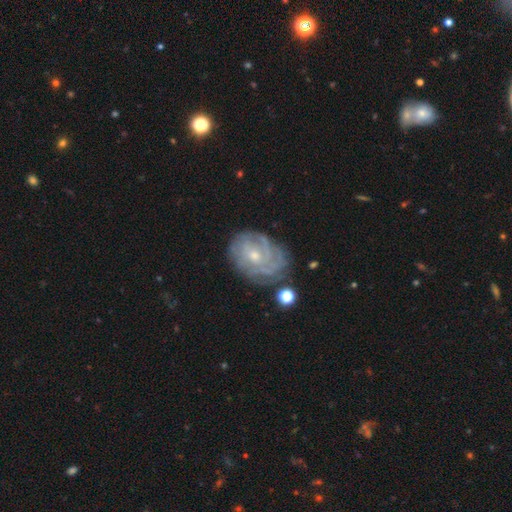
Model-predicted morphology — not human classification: A featured or disk galaxy (76%) with no bar (72%), tight (70%) spiral arms (88%) and a small central bulge (57%).

Vote fractions:
- Smooth or featured? featured or disk: 76% / smooth: 15% / star or artifact: 8%
- Edge-on disk? no: 97% / yes: 3%
- Bar? no: 72% / weak: 24% / strong: 4%
- Spiral arms? yes: 88% / no: 12%
- Spiral winding? tight: 70% / medium: 23% / loose: 8%
- Spiral arm count? can't tell: 52% / 3: 13% / 4: 12% / 2: 10% / more than 4: 7% / 1: 5%
- Bulge size? small: 57% / moderate: 39% / none: 2% / large: 2% / dominant: 1%
- Merging? none: 66% / minor disturbance: 21% / major disturbance: 10% / merger: 3%